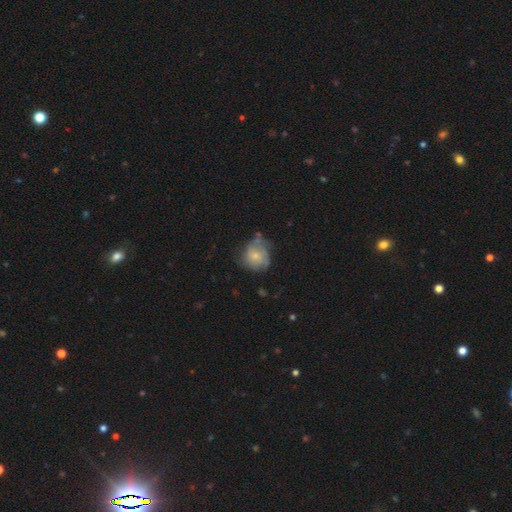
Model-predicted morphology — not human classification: Smooth or featured: smooth — 55% (featured or disk — 37%)
How rounded: round — 73% (in between — 26%)
Merging: none — 49% (minor disturbance — 32%)